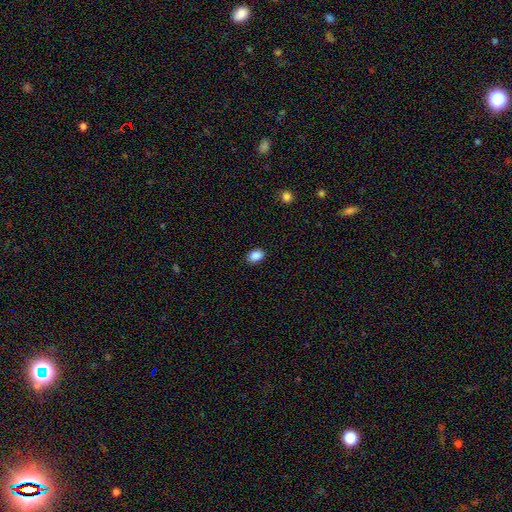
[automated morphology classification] Smooth or featured? smooth (88%)
How rounded? in between (80%)
Merging? none (88%)